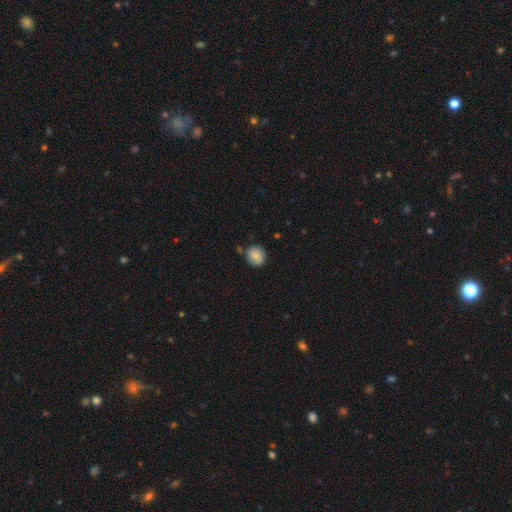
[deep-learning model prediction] Morphology: type=smooth (80%); roundness=round (61%); merging=none (73%).